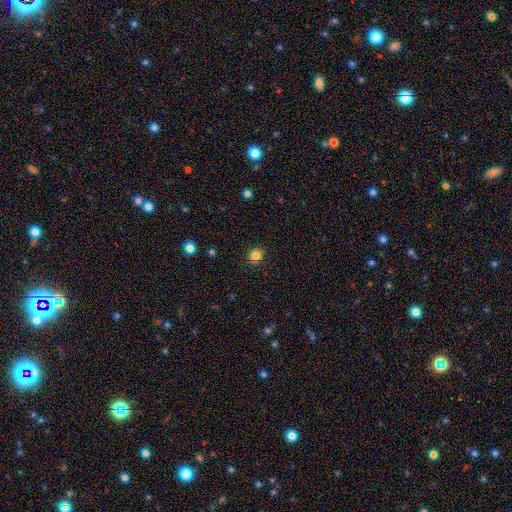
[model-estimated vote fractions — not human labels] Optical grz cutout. It shows a smooth galaxy with no disk features (82%) that is round (86%). Merging: none (91%).